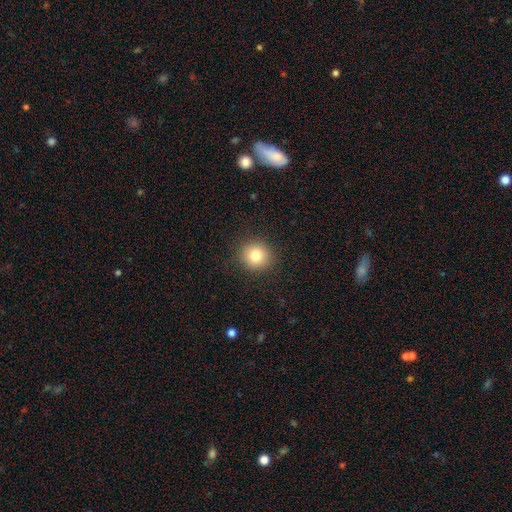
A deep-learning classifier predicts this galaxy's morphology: A smooth galaxy with no disk features (81%) that is round (92%).

Vote fractions:
- Smooth or featured? smooth: 81% / star or artifact: 11% / featured or disk: 8%
- How rounded? round: 92% / in between: 7% / cigar-shaped: 1%
- Merging? none: 91% / minor disturbance: 6% / major disturbance: 2% / merger: 1%